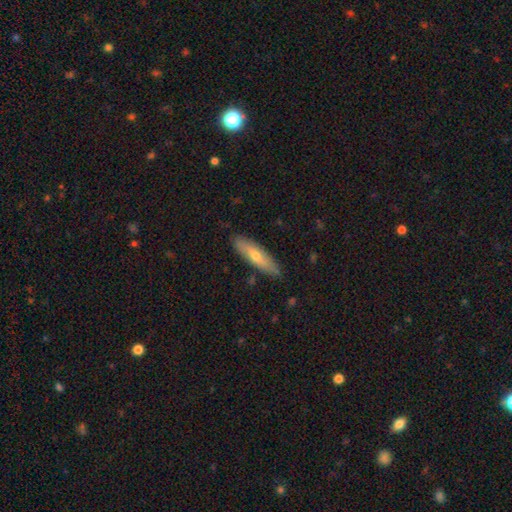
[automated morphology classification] The model was most divided on "smooth or featured": smooth: 56%, featured or disk: 38%, star or artifact: 6%. More confident: merging — none (85%); how rounded — cigar-shaped (68%).